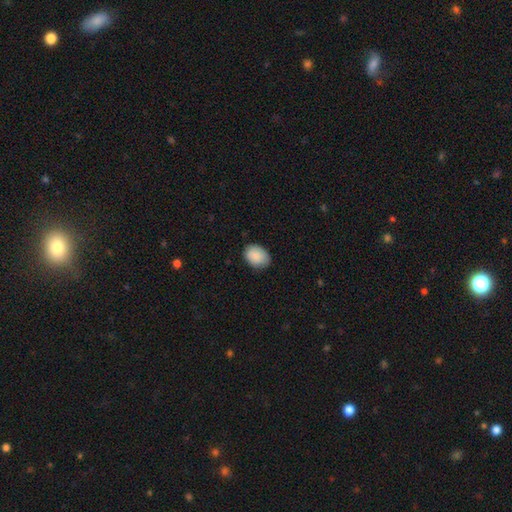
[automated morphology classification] Smooth or featured: smooth — 88% (star or artifact — 7%)
How rounded: in between — 70% (round — 29%)
Merging: none — 79% (minor disturbance — 17%)